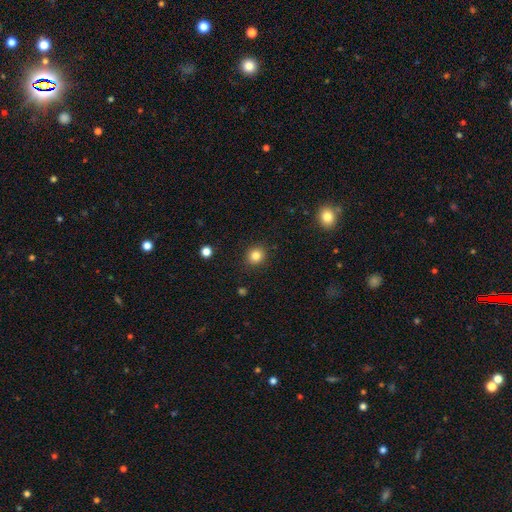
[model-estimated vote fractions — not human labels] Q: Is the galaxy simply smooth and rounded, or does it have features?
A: smooth — 84%.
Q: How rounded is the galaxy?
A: round — 86%.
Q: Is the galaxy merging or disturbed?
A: none — 90%.